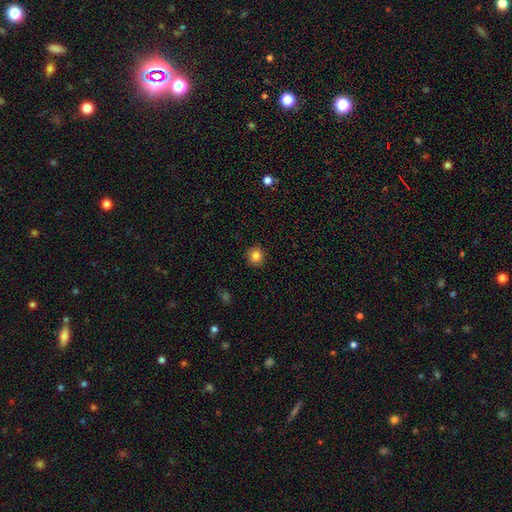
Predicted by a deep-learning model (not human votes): Q: Smooth or featured?
A: smooth (83%); runner-up: star or artifact (11%)
Q: How rounded?
A: round (92%); runner-up: in between (7%)
Q: Merging?
A: none (92%); runner-up: minor disturbance (6%)